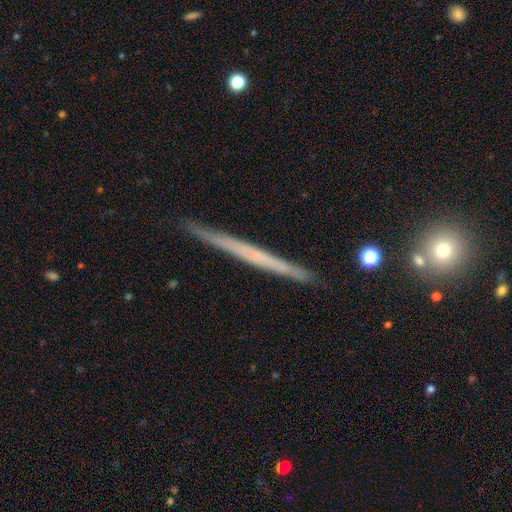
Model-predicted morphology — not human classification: Smooth or featured?
  - featured or disk: 58% *
  - smooth: 36%
  - star or artifact: 6%
Edge-on disk?
  - yes: 97% *
  - no: 3%
Edge-on bulge?
  - none: 91% *
  - rounded: 6%
  - boxy: 3%
Merging?
  - none: 89% *
  - minor disturbance: 8%
  - merger: 1%
  - major disturbance: 1%